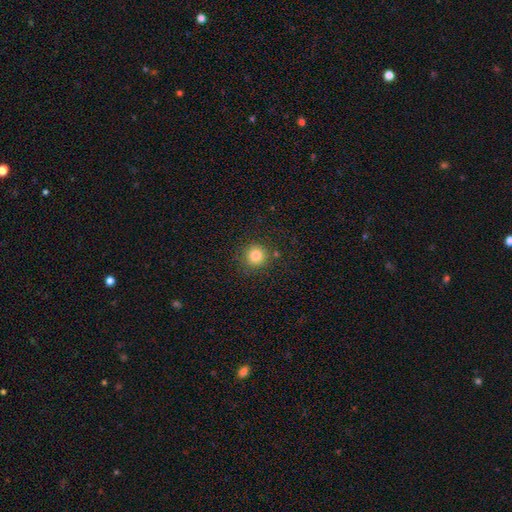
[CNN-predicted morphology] The model was most divided on "smooth or featured": smooth: 82%, star or artifact: 12%, featured or disk: 6%. More confident: how rounded — round (93%); merging — none (85%).